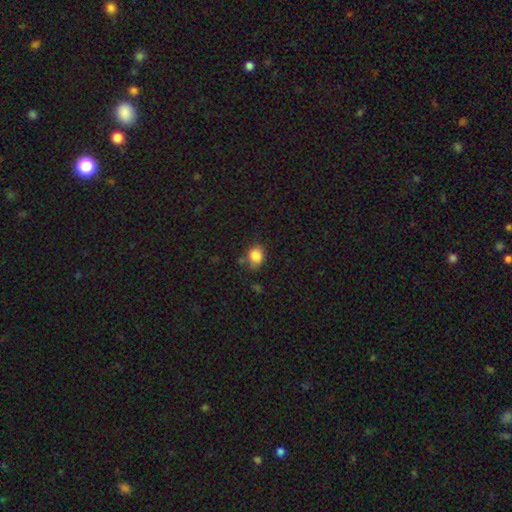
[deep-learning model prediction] smooth-or-featured: smooth: 84% | star or artifact: 10% | featured or disk: 6%
  how-rounded: in between: 53% | round: 46% | cigar-shaped: 1%
  merging: none: 62% | minor disturbance: 25% | major disturbance: 6% | merger: 6%